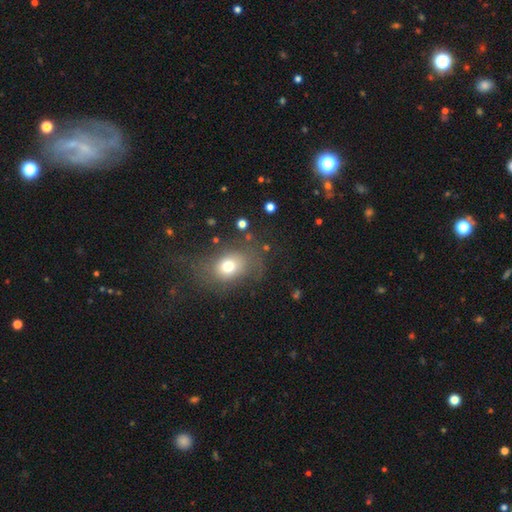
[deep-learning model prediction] A smooth galaxy with no disk features (56%) that is in between round and cigar-shaped (56%). Merging: none (67%).